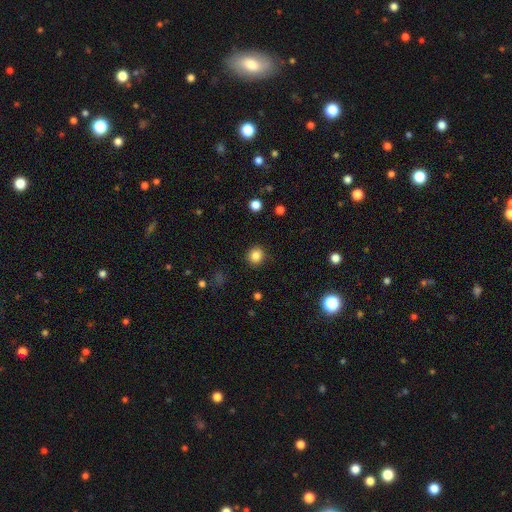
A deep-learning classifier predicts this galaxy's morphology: Overall: smooth (85%). How rounded: round (85%). Merging: none (89%).